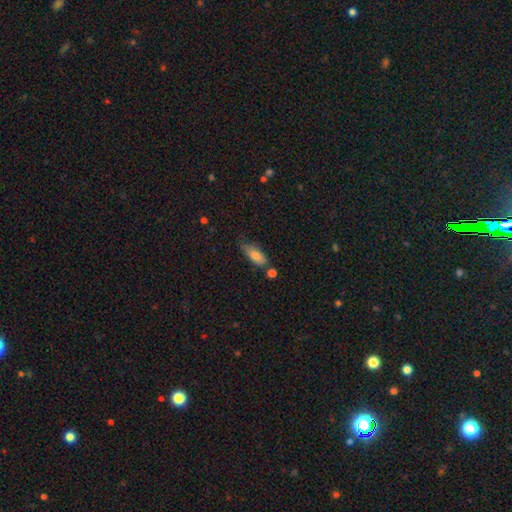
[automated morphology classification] A smooth galaxy with no disk features (79%) that is in between round and cigar-shaped (74%).

Vote fractions:
- Smooth or featured? smooth: 79% / featured or disk: 14% / star or artifact: 7%
- How rounded? in between: 74% / cigar-shaped: 23% / round: 3%
- Merging? none: 52% / minor disturbance: 32% / merger: 9% / major disturbance: 7%